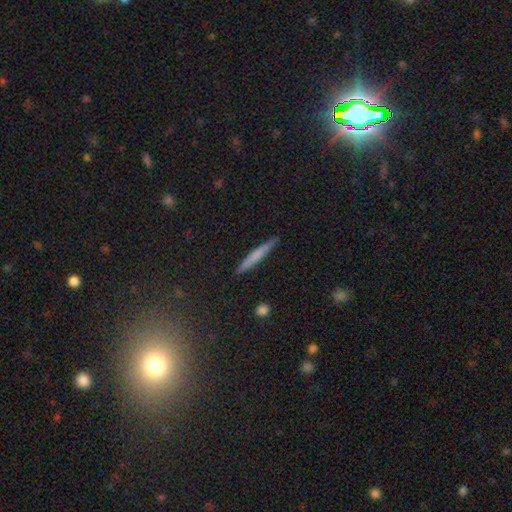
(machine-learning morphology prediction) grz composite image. It shows a smooth galaxy with no disk features (65%) that is cigar-shaped (96%). Merging: none (90%).